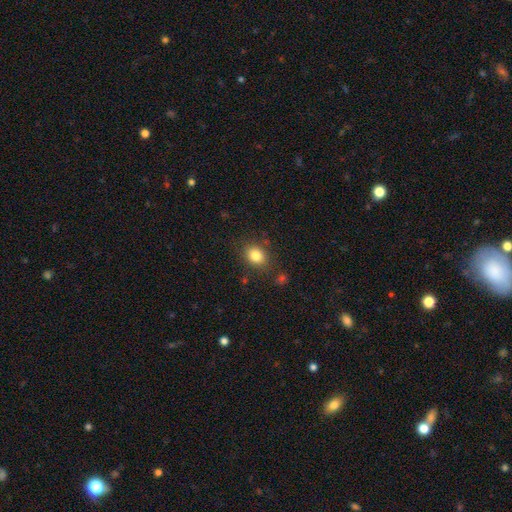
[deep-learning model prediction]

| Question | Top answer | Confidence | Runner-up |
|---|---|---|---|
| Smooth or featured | smooth | 82% | star or artifact (11%) |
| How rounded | in between | 52% | round (47%) |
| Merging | none | 81% | minor disturbance (12%) |